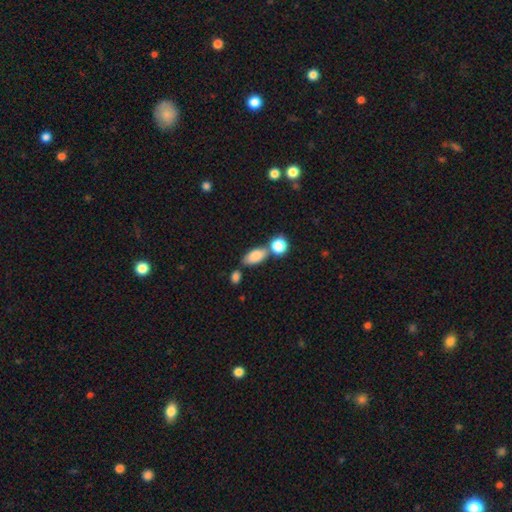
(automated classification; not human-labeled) Smooth or featured: smooth — 83% (featured or disk — 9%)
How rounded: in between — 84% (cigar-shaped — 8%)
Merging: none — 58% (merger — 23%)